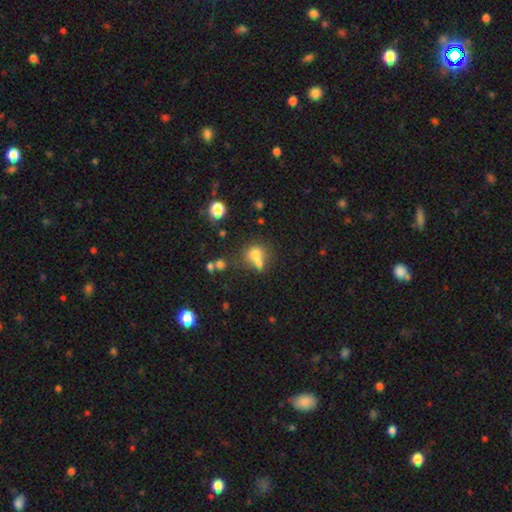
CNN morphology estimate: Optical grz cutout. It shows a smooth galaxy with no disk features (71%) that is round (73%). Merging: merger (47%).